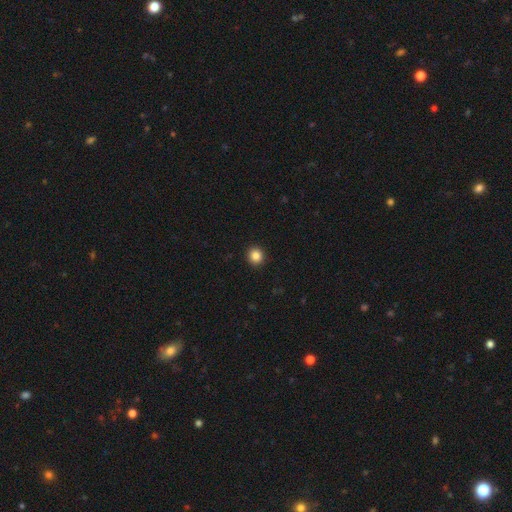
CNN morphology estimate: Q: Smooth or featured?
A: smooth (85%); runner-up: star or artifact (11%)
Q: How rounded?
A: round (92%); runner-up: in between (7%)
Q: Merging?
A: none (93%); runner-up: minor disturbance (4%)